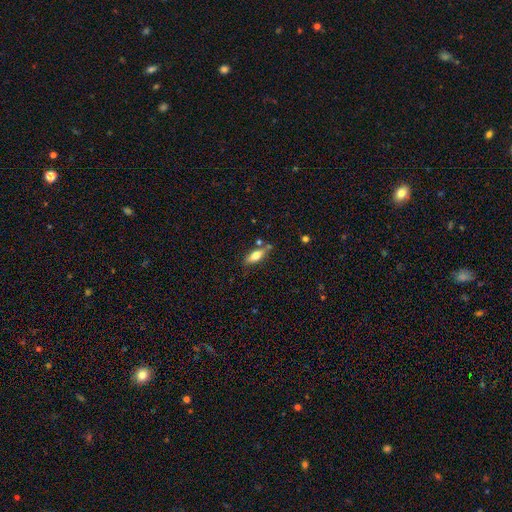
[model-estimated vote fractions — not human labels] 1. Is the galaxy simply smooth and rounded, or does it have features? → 66% smooth, 27% featured or disk, 7% star or artifact.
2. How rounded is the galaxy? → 66% in between, 32% cigar-shaped, 3% round.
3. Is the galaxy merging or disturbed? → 69% none, 18% minor disturbance, 10% merger, 4% major disturbance.